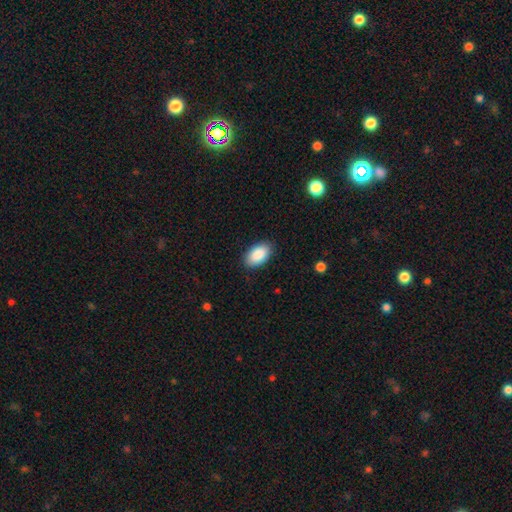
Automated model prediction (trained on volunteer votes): Smooth or featured? smooth (89%)
How rounded? in between (95%)
Merging? none (87%)